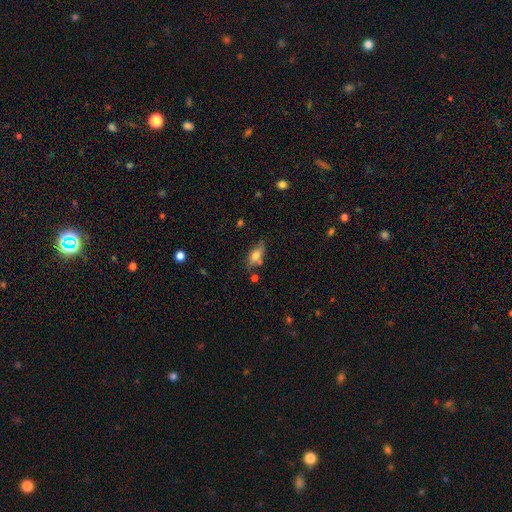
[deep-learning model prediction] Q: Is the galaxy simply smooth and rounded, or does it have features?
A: smooth — 71%.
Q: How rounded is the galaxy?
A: in between — 80%.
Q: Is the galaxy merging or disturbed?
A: none — 67%.